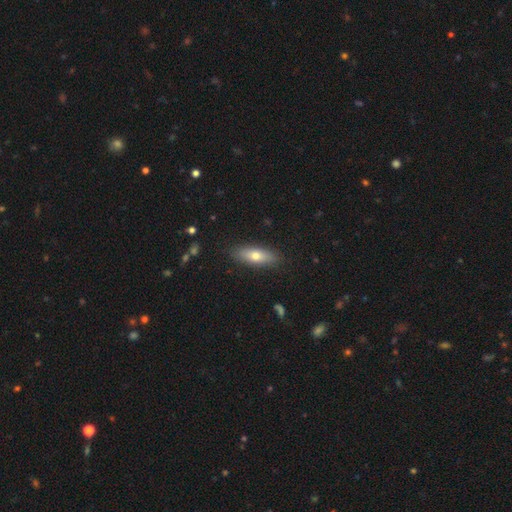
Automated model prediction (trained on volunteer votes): Morphology: type=smooth (66%); roundness=in between (58%); merging=none (88%).